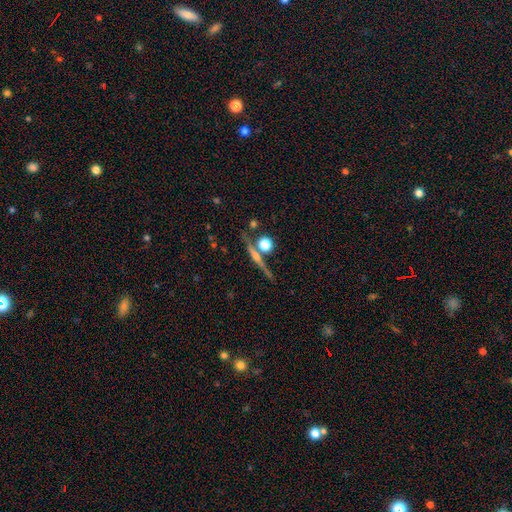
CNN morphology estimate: Overall: featured or disk (60%; smooth 26%). Edge-on disk: yes (93%). Edge-on bulge: rounded (62%; none 25%). Merging: none (75%).